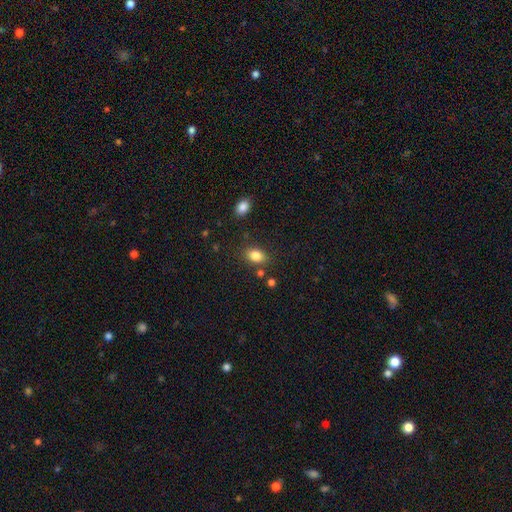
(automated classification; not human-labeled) Morphology: type=smooth (83%); roundness=in between (78%); merging=none (80%).